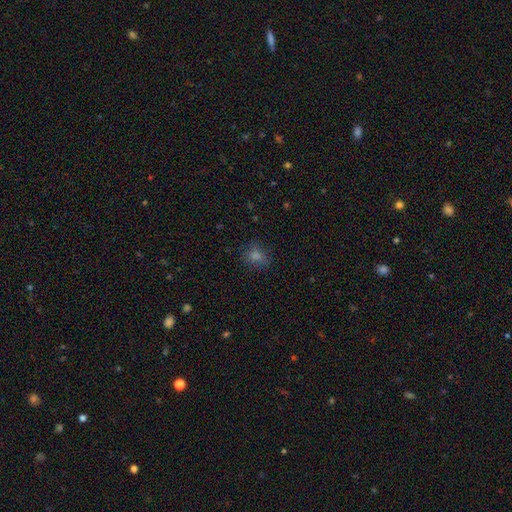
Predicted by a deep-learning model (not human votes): Smooth or featured: smooth — 69% (star or artifact — 23%)
How rounded: round — 60% (in between — 38%)
Merging: none — 81% (minor disturbance — 14%)